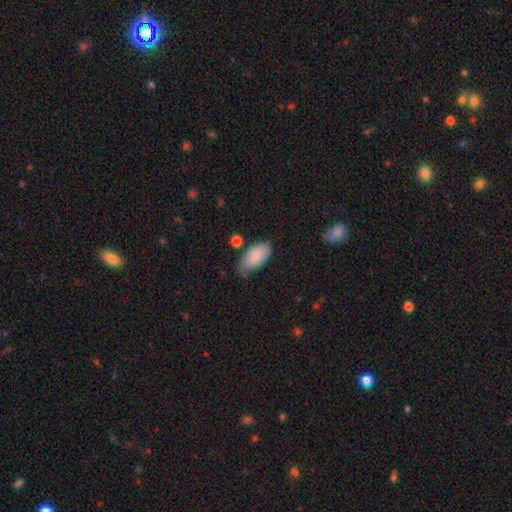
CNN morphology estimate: A smooth galaxy with no disk features (83%) that is in between round and cigar-shaped (94%). Merging: none (48%).